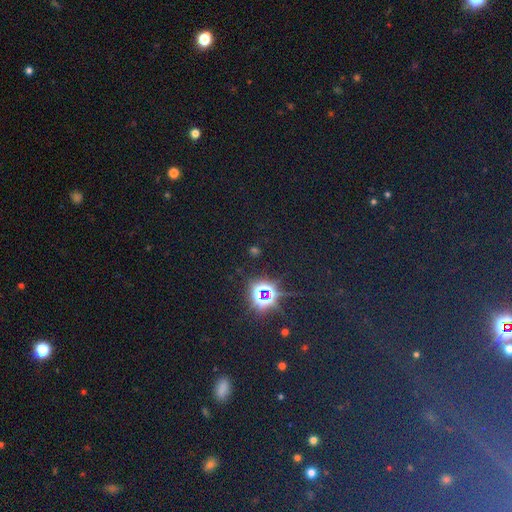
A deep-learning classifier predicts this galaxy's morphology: Smooth or featured? Predicted: star or artifact (p=0.75).